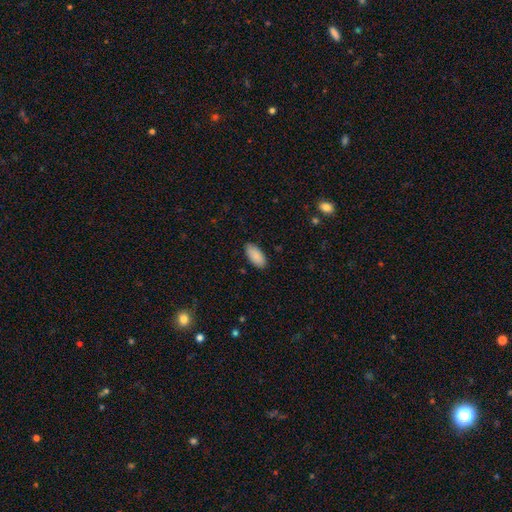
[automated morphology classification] A smooth galaxy with no disk features (89%) that is in between round and cigar-shaped (93%). Merging: none (86%).